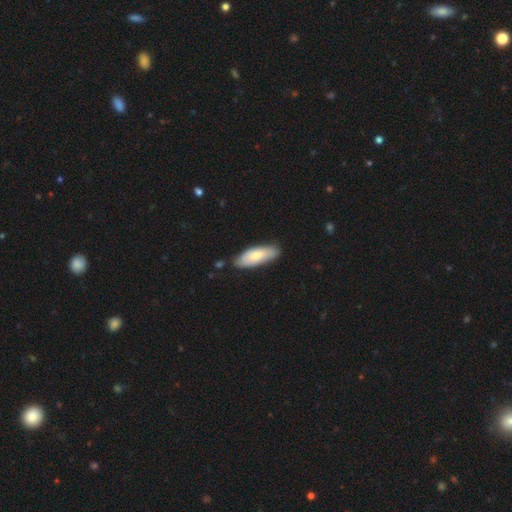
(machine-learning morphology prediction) Smooth or featured?
  - smooth: 74% *
  - featured or disk: 21%
  - star or artifact: 5%
How rounded?
  - in between: 67% *
  - cigar-shaped: 31%
  - round: 2%
Merging?
  - none: 76% *
  - minor disturbance: 18%
  - major disturbance: 3%
  - merger: 2%